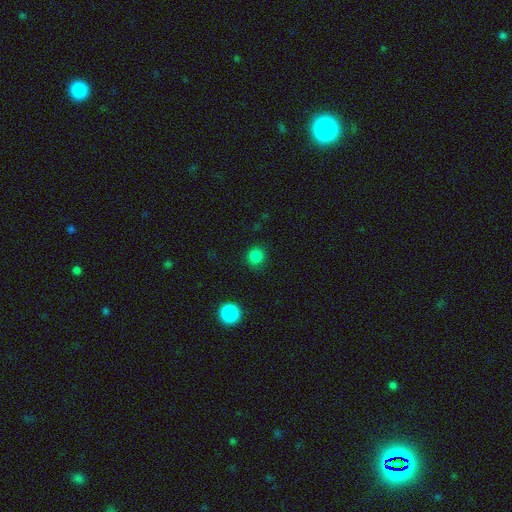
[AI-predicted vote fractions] A smooth galaxy with no disk features (83%) that is round (89%). Merging: none (88%).